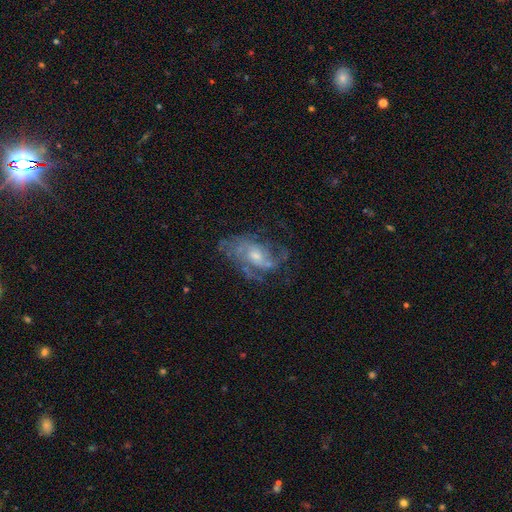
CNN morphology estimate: The model was most divided on "bulge size": small: 47%, moderate: 44%, none: 5%, large: 4%, dominant: 1%. Remaining: edge-on disk — no (96%); spiral arms — yes (84%); smooth or featured — featured or disk (78%); bar — no (64%); merging — none (56%); spiral winding — medium (44%); spiral arm count — can't tell (35%).